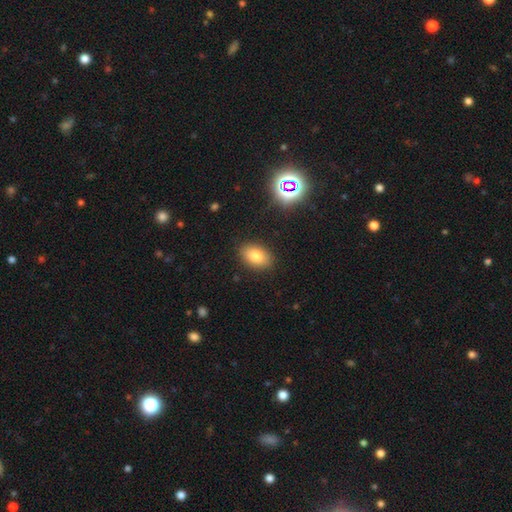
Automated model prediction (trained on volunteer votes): The model was most divided on "smooth or featured": smooth: 79%, star or artifact: 11%, featured or disk: 10%. More confident: merging — none (87%); how rounded — in between (85%).